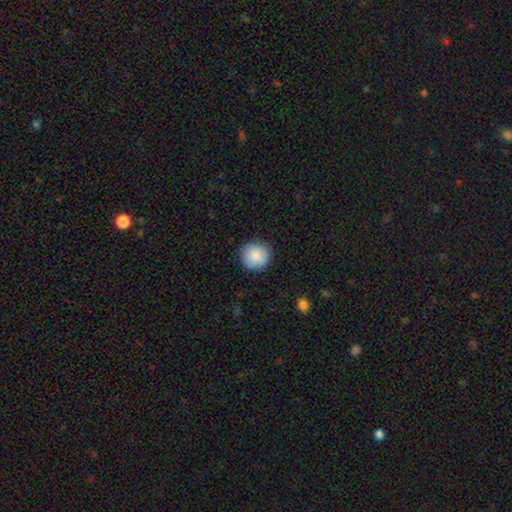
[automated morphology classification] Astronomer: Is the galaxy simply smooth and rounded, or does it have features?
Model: smooth — 86%.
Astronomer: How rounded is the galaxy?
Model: round — 93%.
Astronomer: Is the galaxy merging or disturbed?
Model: none — 87%.